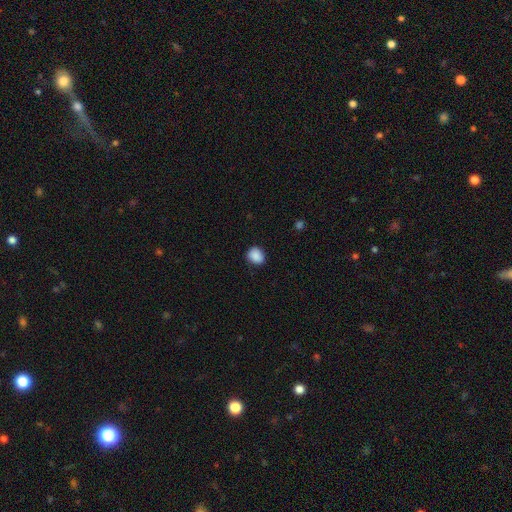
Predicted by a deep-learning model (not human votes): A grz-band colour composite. It shows a smooth galaxy with no disk features (89%) that is round (62%). Merging: none (86%).